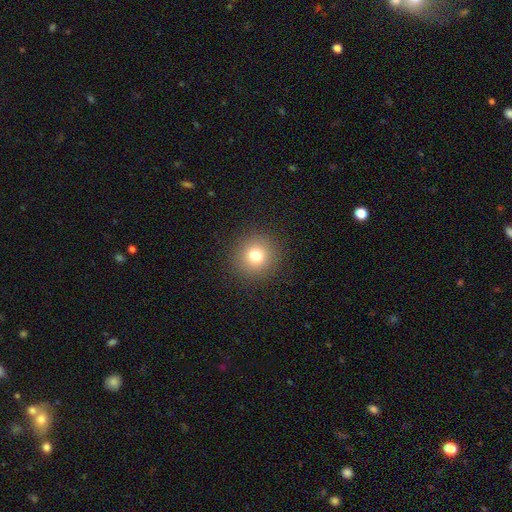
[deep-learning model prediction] Smooth or featured? Predicted: smooth (p=0.77). How rounded? Predicted: round (p=0.92). Merging? Predicted: none (p=0.91).